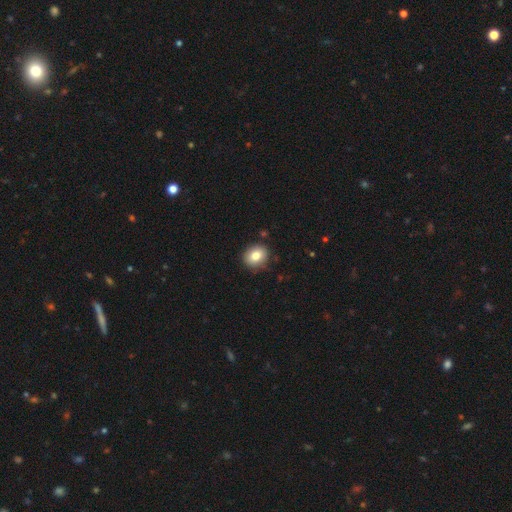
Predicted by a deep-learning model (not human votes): Q: Smooth or featured?
A: smooth (81%); runner-up: featured or disk (10%)
Q: How rounded?
A: round (66%); runner-up: in between (33%)
Q: Merging?
A: none (85%); runner-up: minor disturbance (11%)